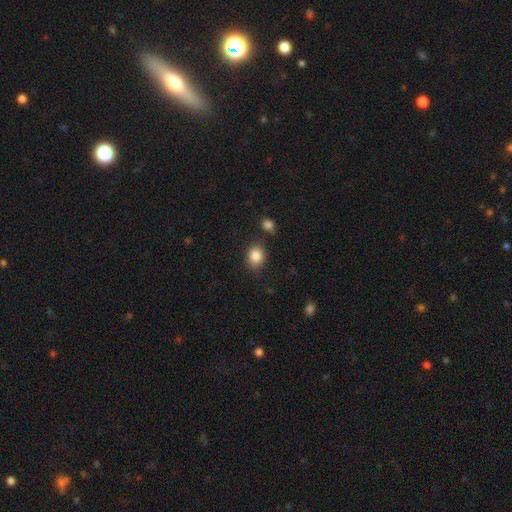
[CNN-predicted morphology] Smooth or featured?
  - smooth: 85% *
  - star or artifact: 9%
  - featured or disk: 5%
How rounded?
  - round: 52% *
  - in between: 47%
  - cigar-shaped: 1%
Merging?
  - none: 78% *
  - minor disturbance: 12%
  - merger: 6%
  - major disturbance: 3%